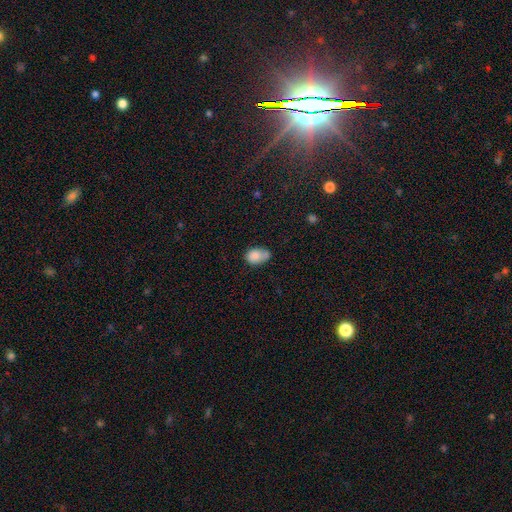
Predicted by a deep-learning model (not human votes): The model was most divided on "merging": none: 41%, minor disturbance: 33%, merger: 16%, major disturbance: 10%. More confident: smooth or featured — smooth (82%); how rounded — in between (78%).